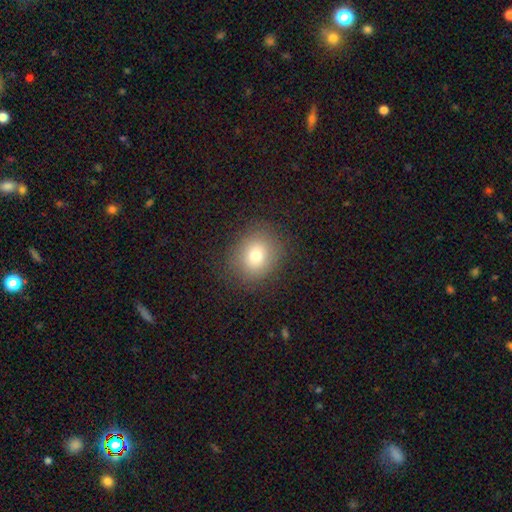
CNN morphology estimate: This appears to be a smooth galaxy with no disk features (76%) that is round (69%). Merging: none (85%).